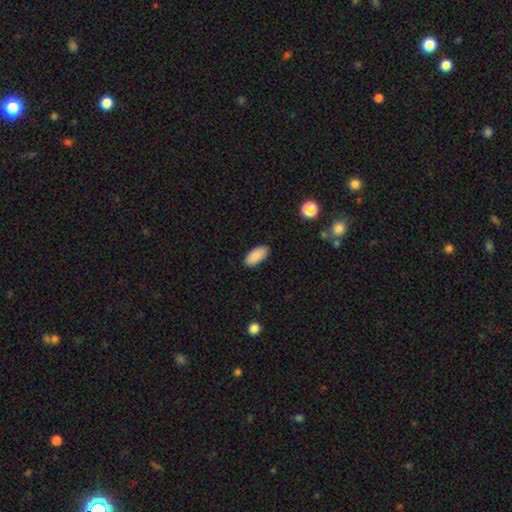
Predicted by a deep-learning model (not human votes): Q: Smooth or featured?
A: smooth (90%); runner-up: star or artifact (7%)
Q: How rounded?
A: in between (91%); runner-up: cigar-shaped (7%)
Q: Merging?
A: none (88%); runner-up: minor disturbance (9%)